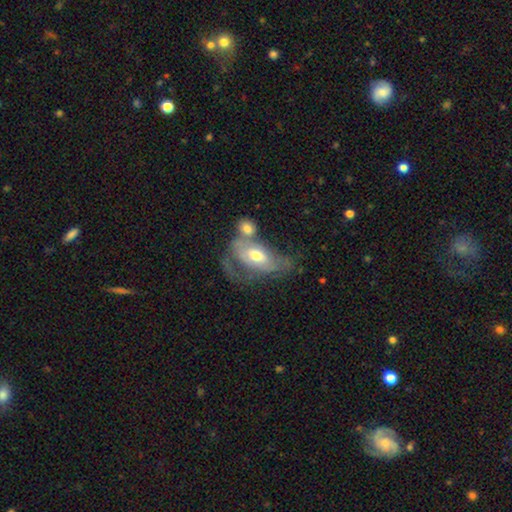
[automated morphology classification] Smooth or featured? Predicted: featured or disk (p=0.59). Edge-on disk? Predicted: no (p=0.90). Bar? Predicted: no (p=0.59). Spiral arms? Predicted: yes (p=0.56). Bulge size? Predicted: moderate (p=0.71). Merging? Predicted: merger (p=0.37).